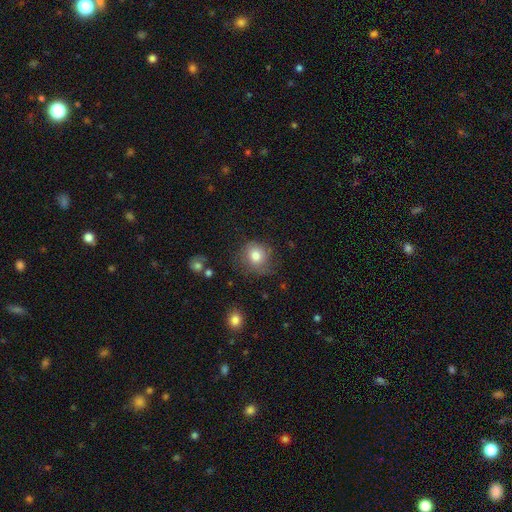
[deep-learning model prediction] Smooth or featured? Predicted: smooth (p=0.77). How rounded? Predicted: round (p=0.83). Merging? Predicted: none (p=0.64).